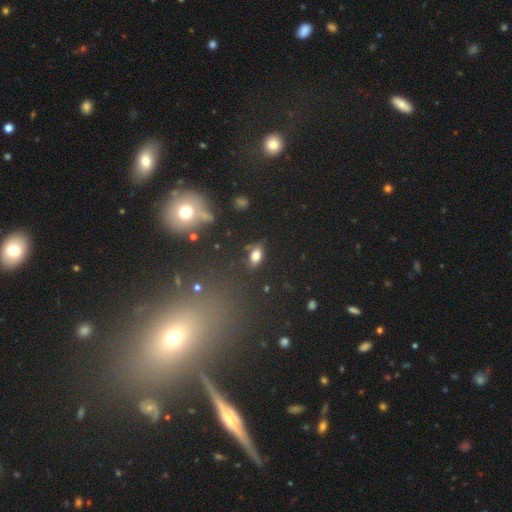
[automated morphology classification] A smooth galaxy with no disk features (76%) that is in between round and cigar-shaped (87%).

Vote fractions:
- Smooth or featured? smooth: 76% / featured or disk: 13% / star or artifact: 12%
- How rounded? in between: 87% / round: 8% / cigar-shaped: 5%
- Merging? none: 77% / minor disturbance: 15% / major disturbance: 4% / merger: 4%